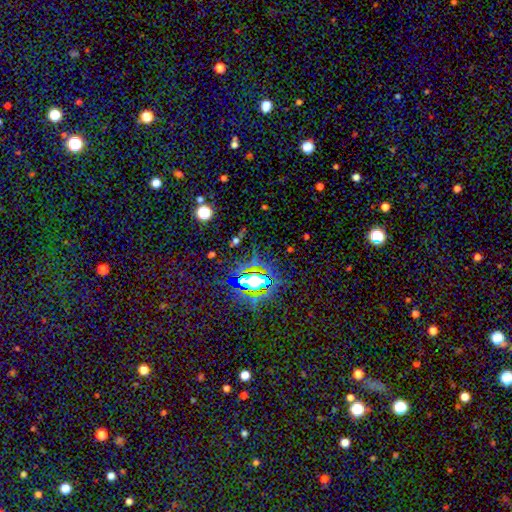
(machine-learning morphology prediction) star or artifact 81%, smooth 12%, featured or disk 7%.